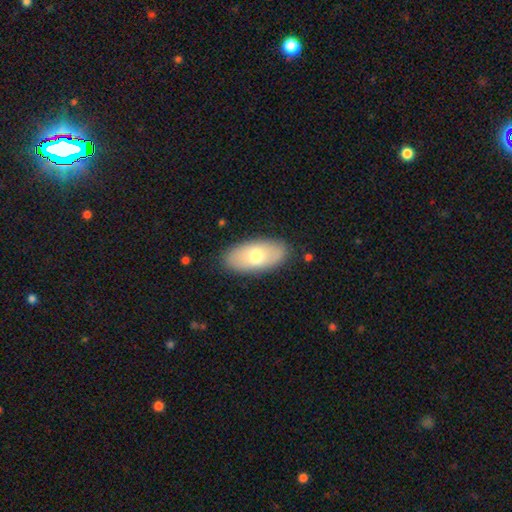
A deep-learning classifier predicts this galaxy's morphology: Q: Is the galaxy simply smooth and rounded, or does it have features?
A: smooth — 67%.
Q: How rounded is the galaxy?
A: in between — 92%.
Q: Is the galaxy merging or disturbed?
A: none — 86%.